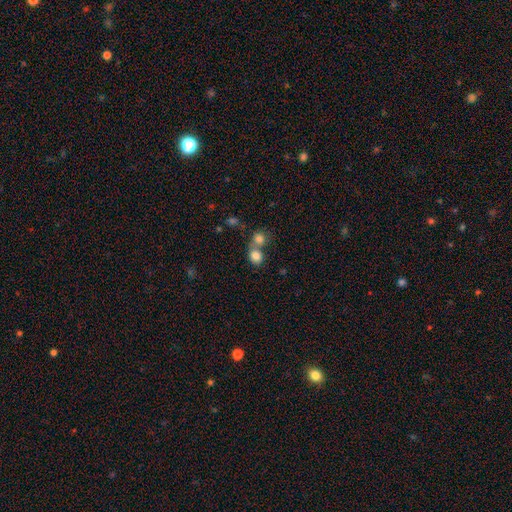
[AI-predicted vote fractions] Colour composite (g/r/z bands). It shows a smooth galaxy with no disk features (82%) that is round (66%). Merging: merger (54%).